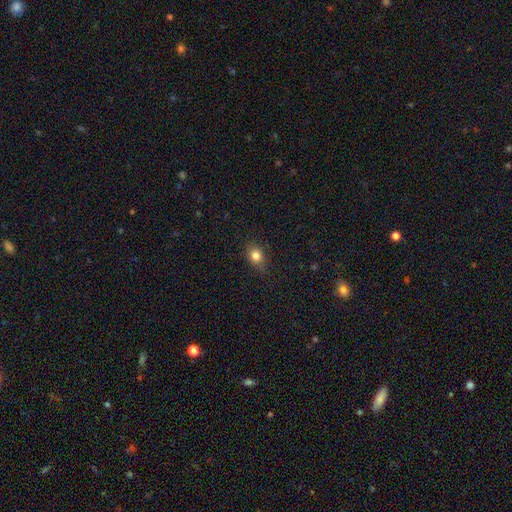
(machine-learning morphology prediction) Overall: smooth (81%). How rounded: round (60%; in between 39%). Merging: none (83%).